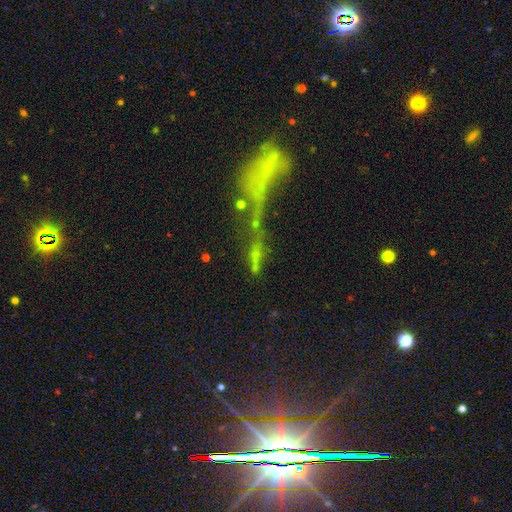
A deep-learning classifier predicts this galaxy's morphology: star or artifact 36%, featured or disk 34%, smooth 30%.